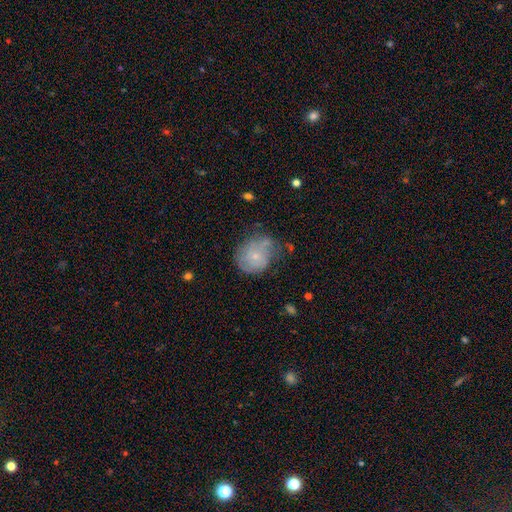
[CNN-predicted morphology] A smooth galaxy with no disk features (54%) that is round (67%).

Vote fractions:
- Smooth or featured? smooth: 54% / featured or disk: 38% / star or artifact: 9%
- How rounded? round: 67% / in between: 32% / cigar-shaped: 1%
- Merging? none: 44% / minor disturbance: 34% / major disturbance: 16% / merger: 7%